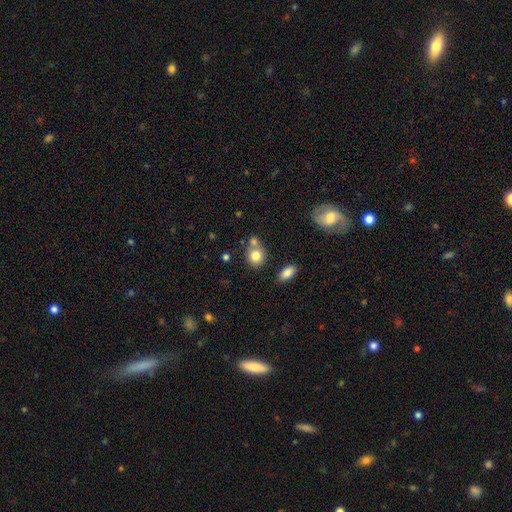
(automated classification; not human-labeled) Smooth or featured?
  - smooth: 80% *
  - featured or disk: 10%
  - star or artifact: 9%
How rounded?
  - round: 75% *
  - in between: 24%
  - cigar-shaped: 1%
Merging?
  - none: 54% *
  - merger: 31%
  - minor disturbance: 12%
  - major disturbance: 4%